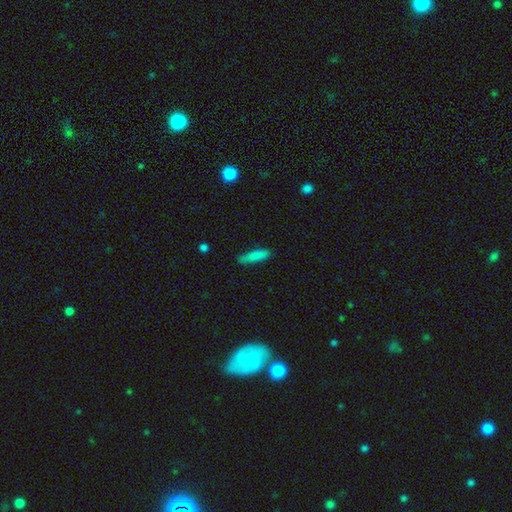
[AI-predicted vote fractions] This is clearly a smooth galaxy (84%). How rounded: likely cigar-shaped (70%). Merging: likely none (78%).